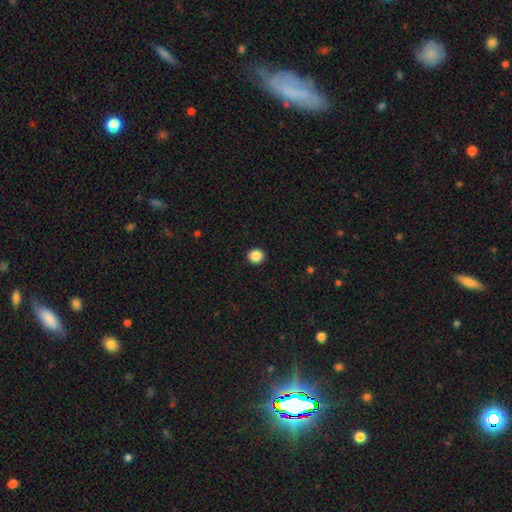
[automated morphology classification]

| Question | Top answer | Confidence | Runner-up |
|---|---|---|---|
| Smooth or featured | smooth | 88% | star or artifact (9%) |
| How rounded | round | 90% | in between (9%) |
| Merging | none | 93% | minor disturbance (4%) |